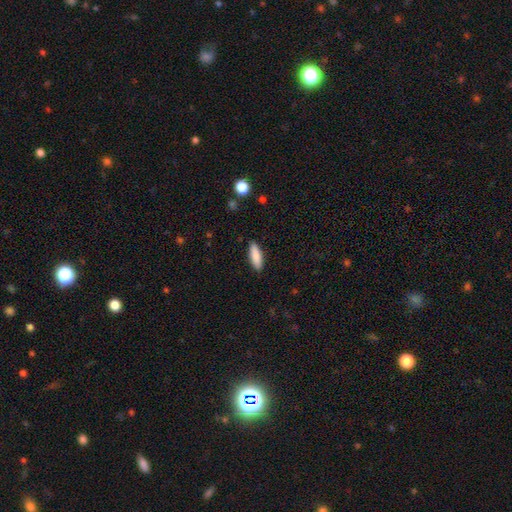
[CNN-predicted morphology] type=smooth (87%); roundness=cigar-shaped (49%, tied with in between); merging=none (90%).